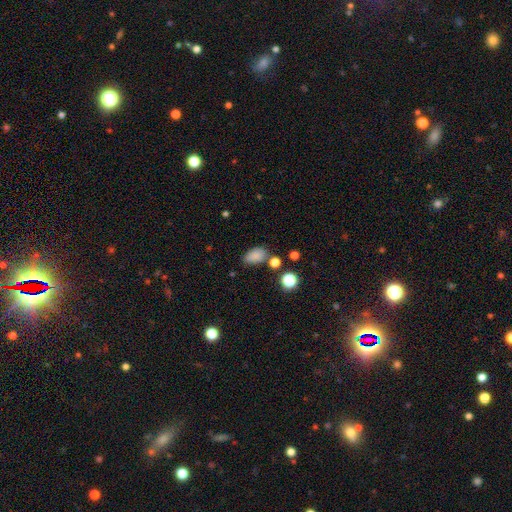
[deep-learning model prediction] smooth-or-featured: smooth: 82% | star or artifact: 12% | featured or disk: 6%
  how-rounded: in between: 87% | round: 11% | cigar-shaped: 2%
  merging: none: 70% | minor disturbance: 18% | merger: 7% | major disturbance: 5%